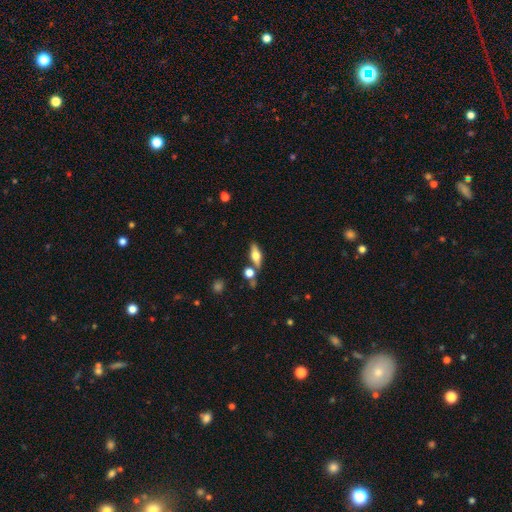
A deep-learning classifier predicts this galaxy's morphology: A smooth galaxy with no disk features (48%).

Vote fractions:
- Smooth or featured? smooth: 48% / featured or disk: 44% / star or artifact: 8%
- Merging? none: 70% / merger: 14% / minor disturbance: 12% / major disturbance: 4%